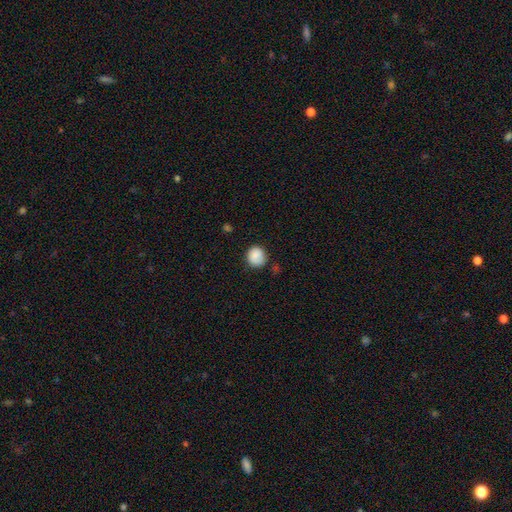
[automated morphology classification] Smooth or featured: smooth — 86% (star or artifact — 8%)
How rounded: round — 80% (in between — 19%)
Merging: none — 73% (minor disturbance — 20%)